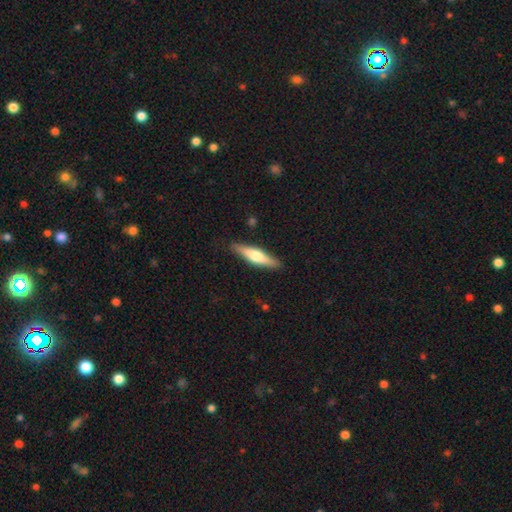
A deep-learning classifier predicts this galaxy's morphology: A featured or disk galaxy (48%).

Vote fractions:
- Smooth or featured? featured or disk: 48% / smooth: 46% / star or artifact: 6%
- Merging? none: 88% / minor disturbance: 9% / major disturbance: 2% / merger: 1%